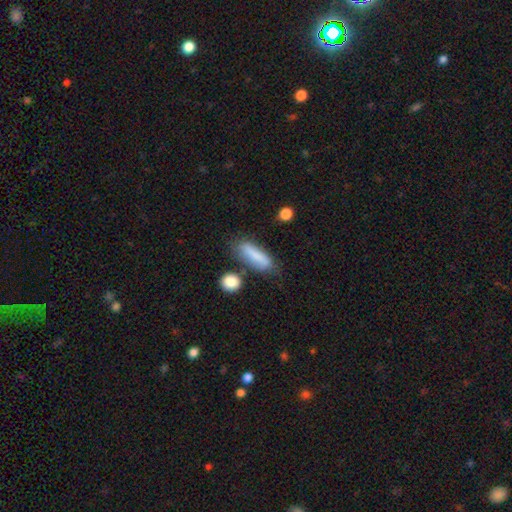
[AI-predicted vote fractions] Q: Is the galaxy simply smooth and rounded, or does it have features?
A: smooth — 77%.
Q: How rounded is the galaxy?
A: cigar-shaped — 54%.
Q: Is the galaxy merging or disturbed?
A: none — 64%.